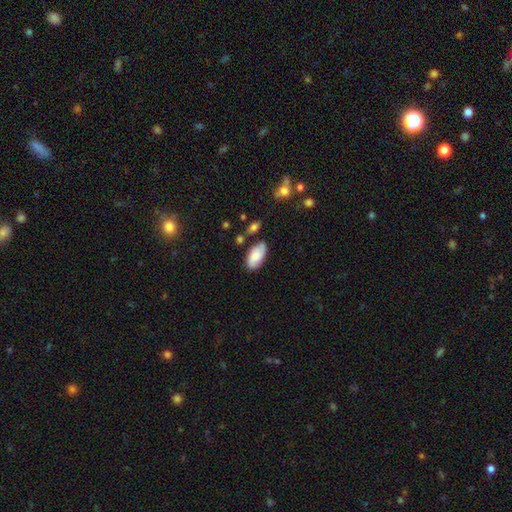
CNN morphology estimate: Smooth or featured?
  - smooth: 82% *
  - featured or disk: 12%
  - star or artifact: 6%
How rounded?
  - in between: 95% *
  - cigar-shaped: 3%
  - round: 2%
Merging?
  - none: 74% *
  - minor disturbance: 17%
  - merger: 5%
  - major disturbance: 4%